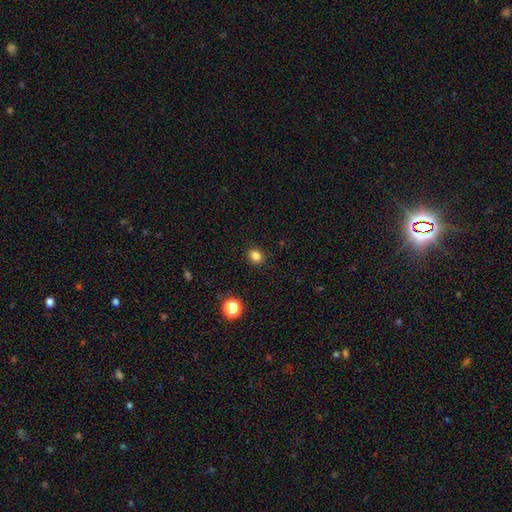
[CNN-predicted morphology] This appears to be a smooth galaxy with no disk features (82%) that is round (78%). Merging: none (91%).